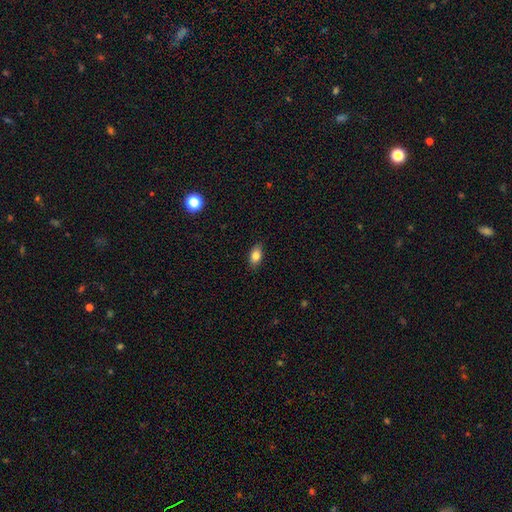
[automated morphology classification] Smooth or featured?
  - smooth: 82% *
  - featured or disk: 9%
  - star or artifact: 8%
How rounded?
  - in between: 88% *
  - round: 8%
  - cigar-shaped: 5%
Merging?
  - none: 87% *
  - minor disturbance: 10%
  - major disturbance: 2%
  - merger: 1%